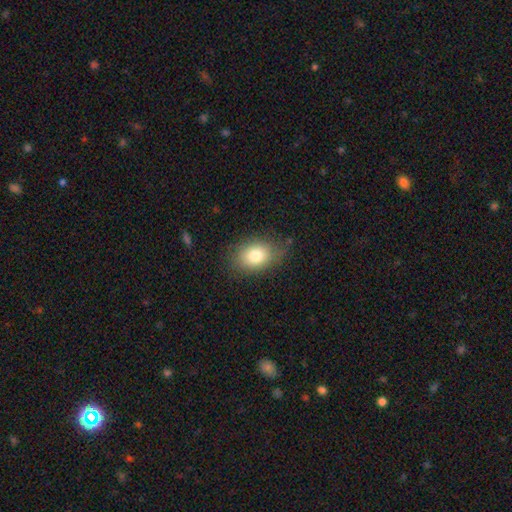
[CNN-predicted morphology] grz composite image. It shows a smooth galaxy with no disk features (78%) that is in between round and cigar-shaped (71%). Merging: none (74%).